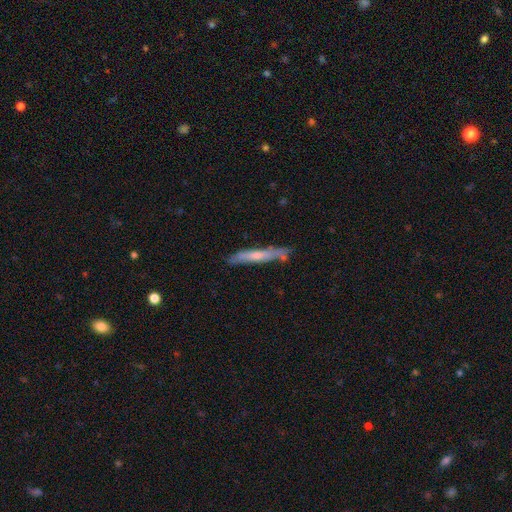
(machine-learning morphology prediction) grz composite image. It shows a featured or disk galaxy (57%) viewed edge-on (88%). Merging: none (80%).